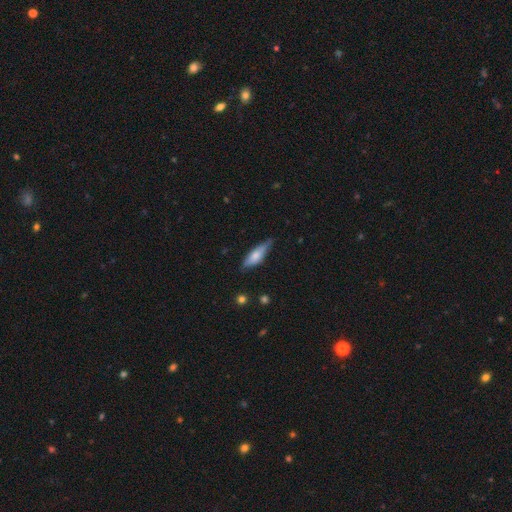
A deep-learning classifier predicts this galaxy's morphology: smooth-or-featured: smooth: 61% | featured or disk: 32% | star or artifact: 6%
  how-rounded: in between: 49% (tied) | cigar-shaped: 49% (tied) | round: 2%
  merging: none: 69% | minor disturbance: 25% | major disturbance: 4% | merger: 2%